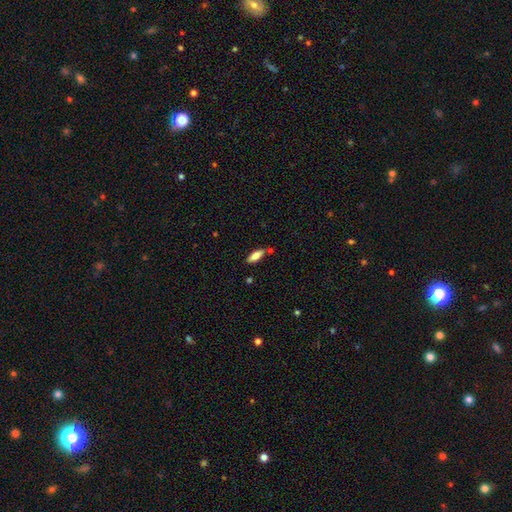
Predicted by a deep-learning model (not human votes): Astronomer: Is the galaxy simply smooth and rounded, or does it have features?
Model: smooth — 71%.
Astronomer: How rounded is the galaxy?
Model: in between — 57% (runner-up: cigar-shaped, 41%).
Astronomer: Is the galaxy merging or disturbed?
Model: none — 78%.